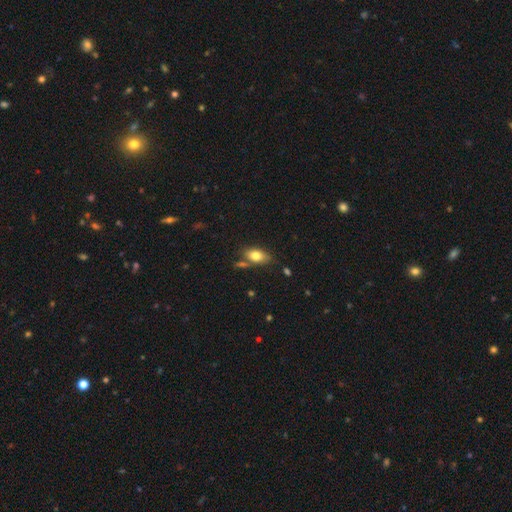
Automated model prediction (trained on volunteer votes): smooth 77%, featured or disk 15%, star or artifact 8%. Down the decision tree: how rounded — in between (88%); merging — none (66%).